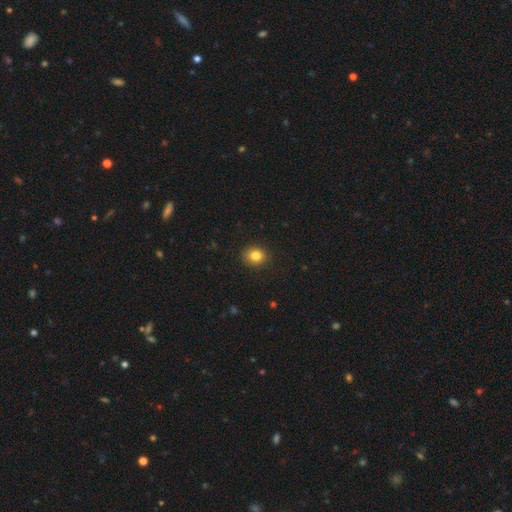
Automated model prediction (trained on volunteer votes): This appears to be a smooth galaxy with no disk features (83%) that is round (76%). Merging: none (89%).